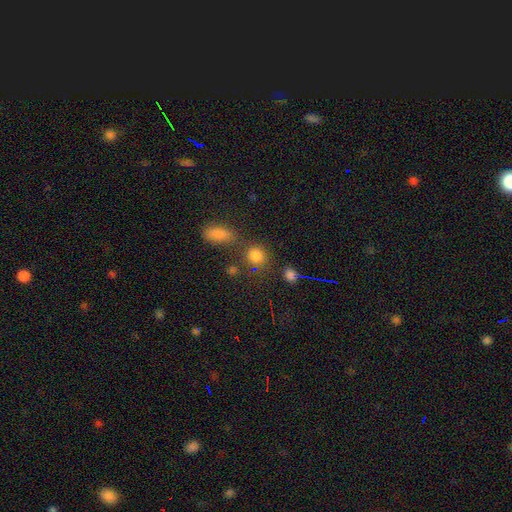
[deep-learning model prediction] This appears to be a smooth galaxy with no disk features (80%) that is round (77%). Merging: none (69%).